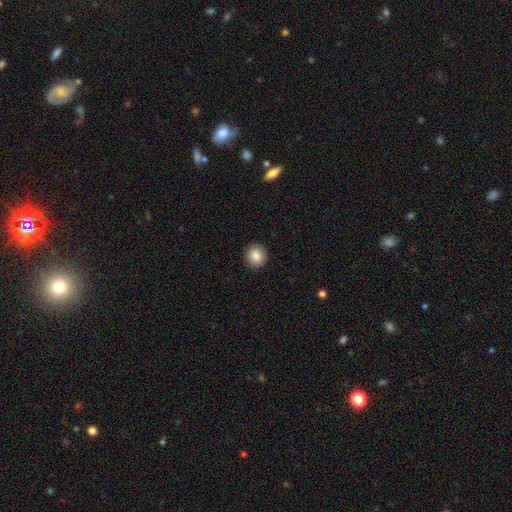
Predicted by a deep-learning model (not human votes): The model was most divided on "how rounded": round: 82%, in between: 17%, cigar-shaped: 1%. More confident: merging — none (92%); smooth or featured — smooth (86%).